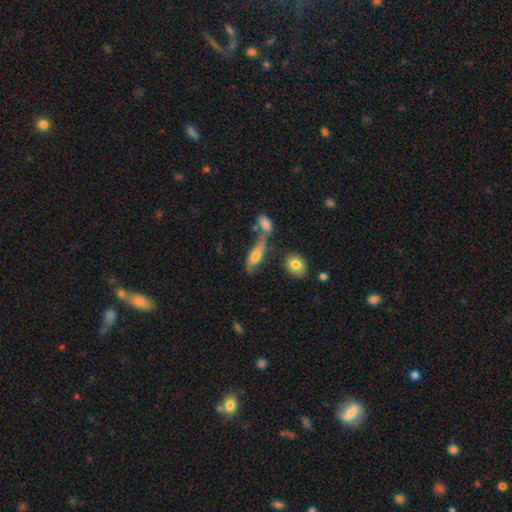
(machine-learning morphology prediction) type=smooth (56%); roundness=in between (55%); merging=none (42%).